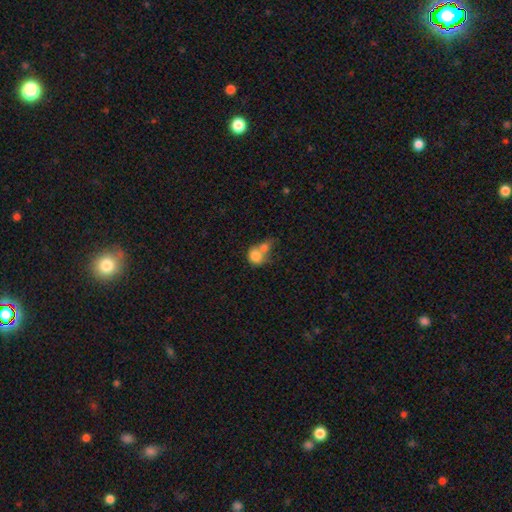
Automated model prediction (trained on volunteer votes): This appears to be a smooth galaxy with no disk features (76%) that is round (67%). Merging: merger (64%).